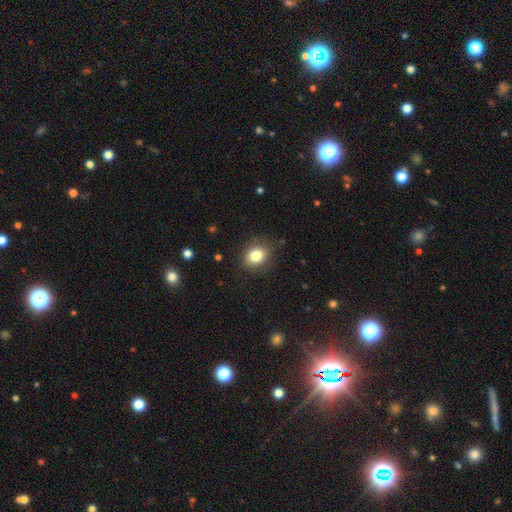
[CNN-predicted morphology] Q: Smooth or featured?
A: smooth (82%); runner-up: star or artifact (10%)
Q: How rounded?
A: round (58%); runner-up: in between (41%)
Q: Merging?
A: none (85%); runner-up: minor disturbance (10%)